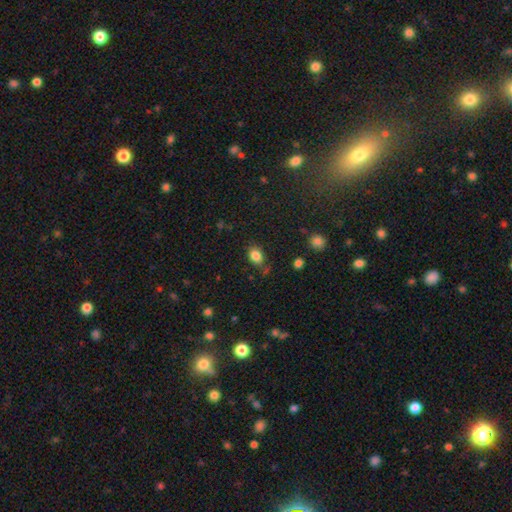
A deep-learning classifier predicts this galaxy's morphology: smooth 84%, star or artifact 11%, featured or disk 6%. Down the decision tree: how rounded — in between (63%); merging — none (73%).